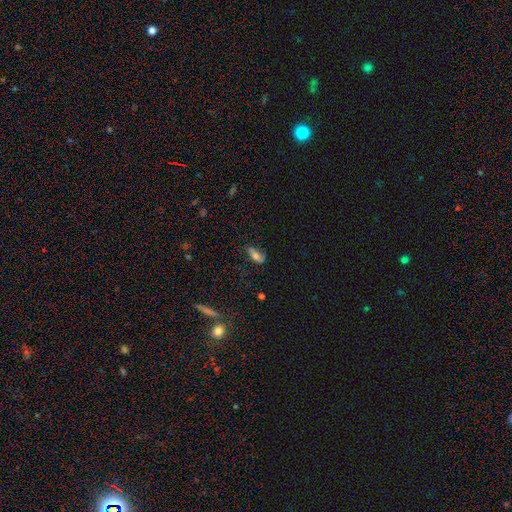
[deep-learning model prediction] Smooth or featured? Predicted: smooth (p=0.66). How rounded? Predicted: in between (p=0.82). Merging? Predicted: none (p=0.60).